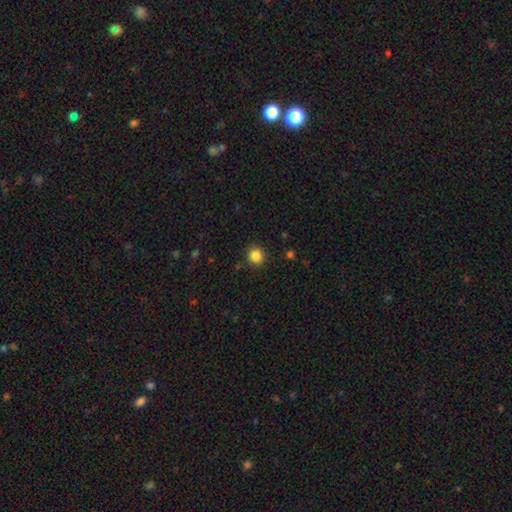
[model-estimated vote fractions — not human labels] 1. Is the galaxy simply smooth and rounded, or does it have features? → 85% smooth, 11% star or artifact, 4% featured or disk.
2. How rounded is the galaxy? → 89% round, 10% in between, 1% cigar-shaped.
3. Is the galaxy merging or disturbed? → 90% none, 6% minor disturbance, 2% major disturbance, 1% merger.